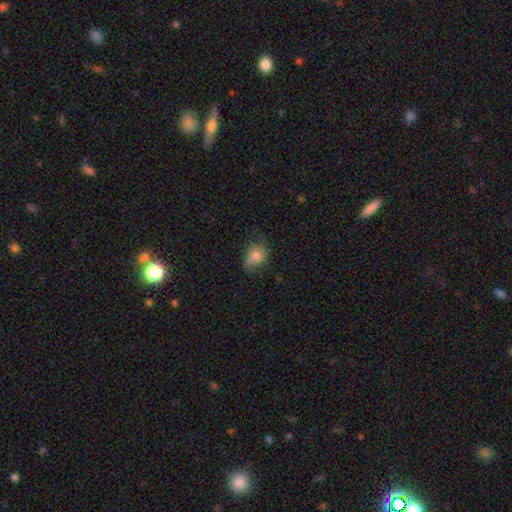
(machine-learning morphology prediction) Smooth or featured: smooth — 73% (featured or disk — 16%)
How rounded: in between — 57% (round — 42%)
Merging: none — 43% (minor disturbance — 36%)